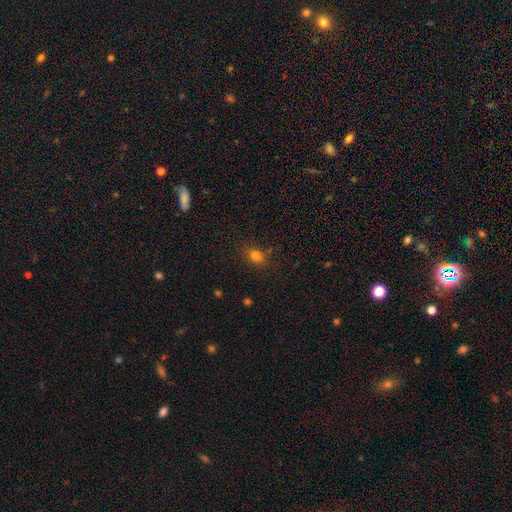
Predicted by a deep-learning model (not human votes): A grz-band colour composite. It shows a smooth galaxy with no disk features (79%) that is in between round and cigar-shaped (58%). Merging: none (79%).